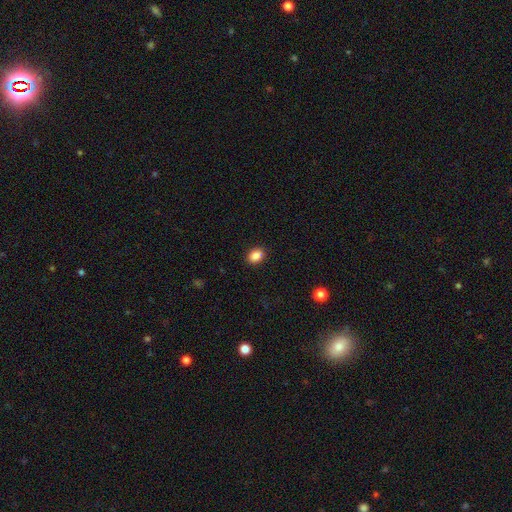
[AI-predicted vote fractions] The model was most divided on "how rounded": in between: 73%, round: 26%, cigar-shaped: 1%. More confident: merging — none (89%); smooth or featured — smooth (88%).